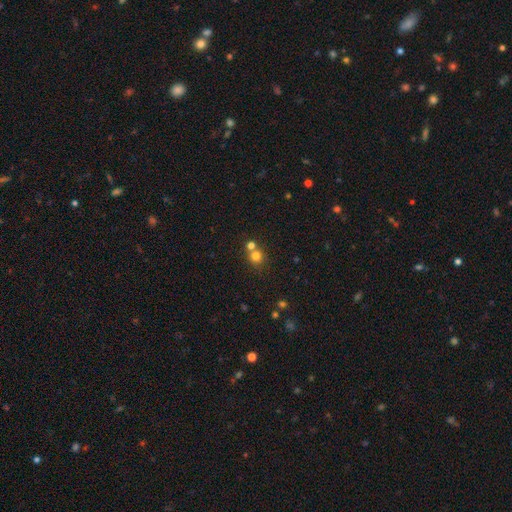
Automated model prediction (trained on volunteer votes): This is likely a smooth galaxy (75%). How rounded: clearly round (88%). Merging: possibly none (55%).